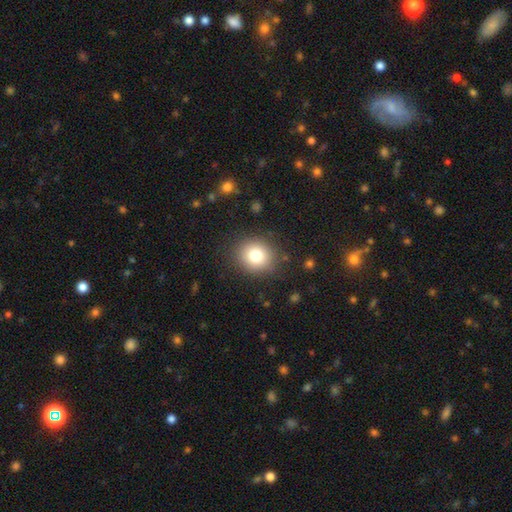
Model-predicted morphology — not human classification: Q: Smooth or featured?
A: smooth (79%); runner-up: star or artifact (12%)
Q: How rounded?
A: round (80%); runner-up: in between (19%)
Q: Merging?
A: none (87%); runner-up: minor disturbance (8%)